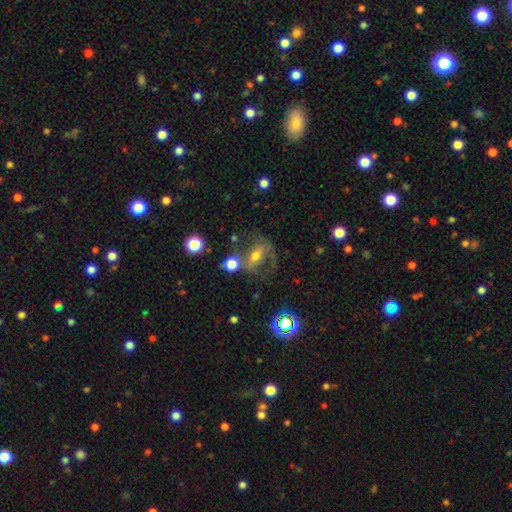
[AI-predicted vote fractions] smooth-or-featured: featured or disk: 57% | smooth: 29% | star or artifact: 14%
  disk-edge-on: no: 91% | yes: 9%
    bar: strong: 40% | weak: 33% | no: 27%
    has-spiral-arms: yes: 65% | no: 35%
    bulge-size: moderate: 63% | small: 23% | large: 10% | none: 3% | dominant: 2%
  merging: none: 47% | major disturbance: 19% | minor disturbance: 18% | merger: 16%